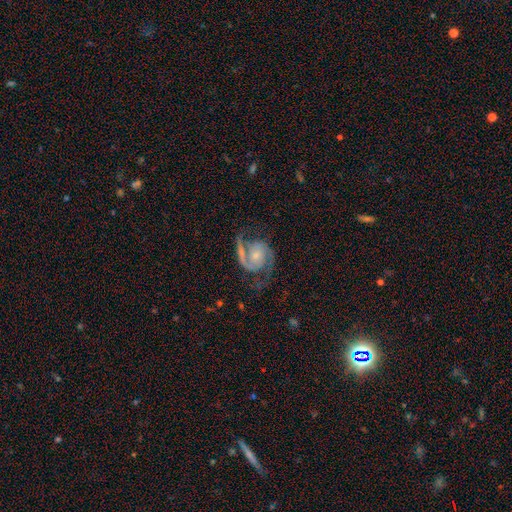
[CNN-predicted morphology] Smooth or featured: featured or disk — 89% (smooth — 6%)
Edge-on disk: no — 98% (yes — 2%)
Bar: no — 67% (weak — 26%)
Spiral arms: yes — 98% (no — 2%)
Spiral winding: medium — 54% (tight — 27%)
Spiral arm count: 2 — 90% (1 — 4%)
Bulge size: small — 52% (moderate — 33%)
Merging: none — 64% (minor disturbance — 17%)